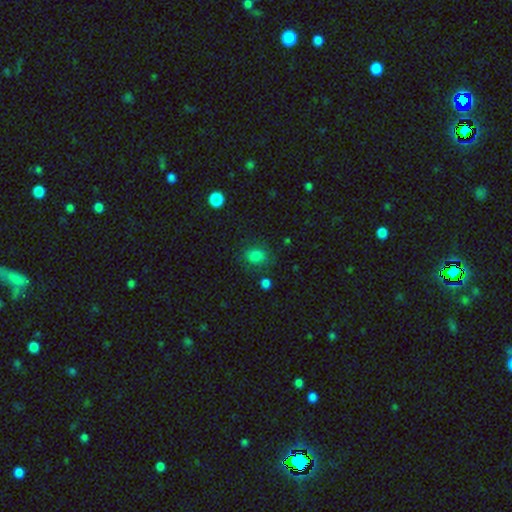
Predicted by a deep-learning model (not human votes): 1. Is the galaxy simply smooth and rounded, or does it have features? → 81% smooth, 13% star or artifact, 6% featured or disk.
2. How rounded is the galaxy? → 54% in between, 45% round, 1% cigar-shaped.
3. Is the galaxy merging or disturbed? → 71% none, 18% minor disturbance, 8% major disturbance, 4% merger.